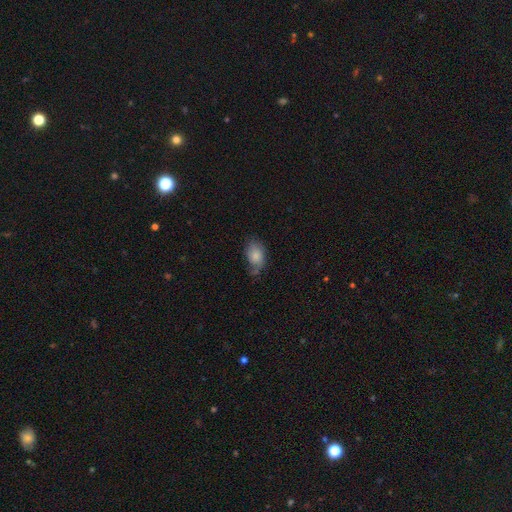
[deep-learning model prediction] Morphology: type=smooth (80%); roundness=in between (85%); merging=none (53%).